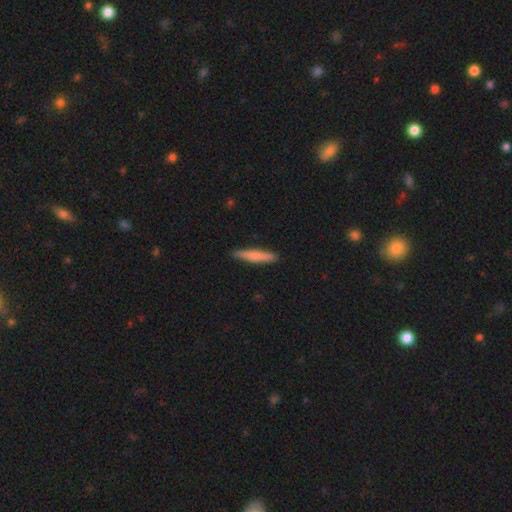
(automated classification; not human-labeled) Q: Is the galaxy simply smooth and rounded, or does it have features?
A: smooth — 74%.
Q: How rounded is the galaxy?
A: cigar-shaped — 93%.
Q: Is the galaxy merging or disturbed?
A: none — 90%.